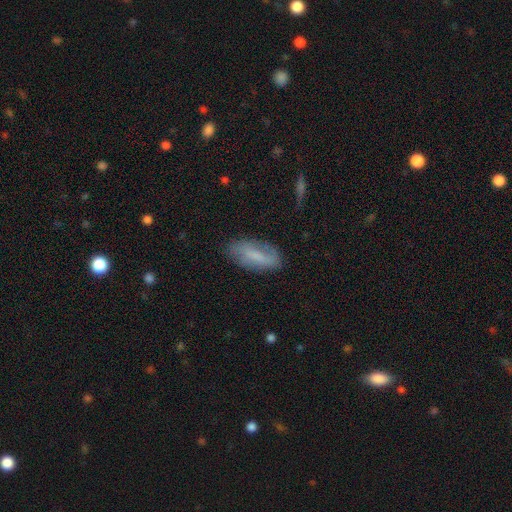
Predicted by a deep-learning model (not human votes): Overall: smooth (60%; featured or disk 32%). How rounded: in between (75%). Merging: none (70%).